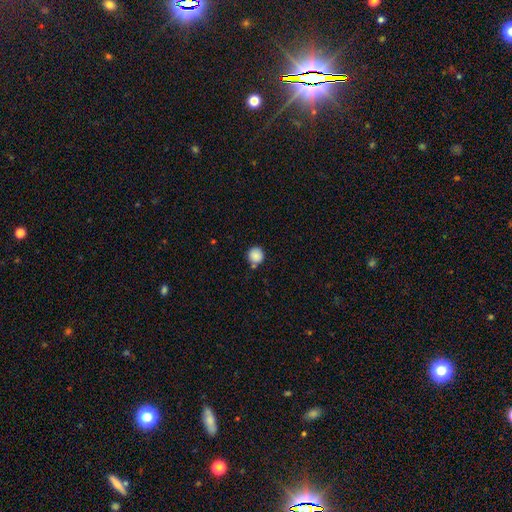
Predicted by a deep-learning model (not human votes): smooth 87%, star or artifact 9%, featured or disk 4%. Down the decision tree: how rounded — round (92%); merging — none (74%).